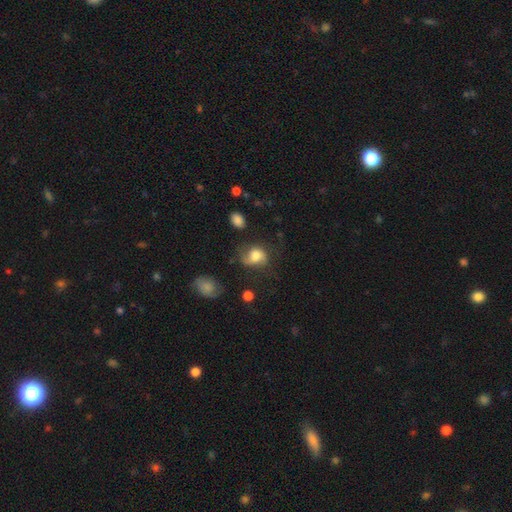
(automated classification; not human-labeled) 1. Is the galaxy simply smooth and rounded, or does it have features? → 58% smooth, 32% featured or disk, 10% star or artifact.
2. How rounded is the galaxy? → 51% in between, 48% round, 1% cigar-shaped.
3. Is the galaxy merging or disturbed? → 45% none, 28% minor disturbance, 23% major disturbance, 4% merger.